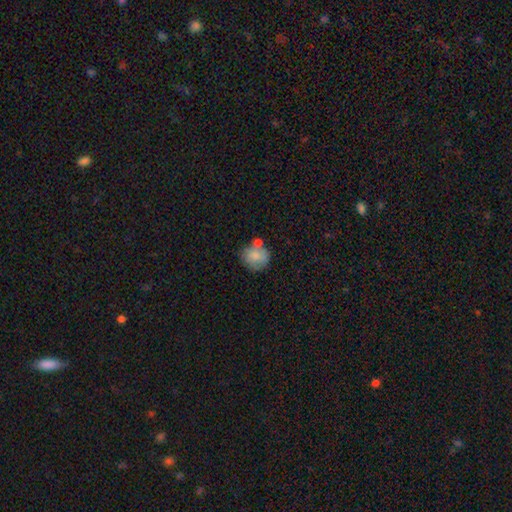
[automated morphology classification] This is likely a smooth galaxy (79%). How rounded: clearly round (80%). Merging: possibly none (55%).